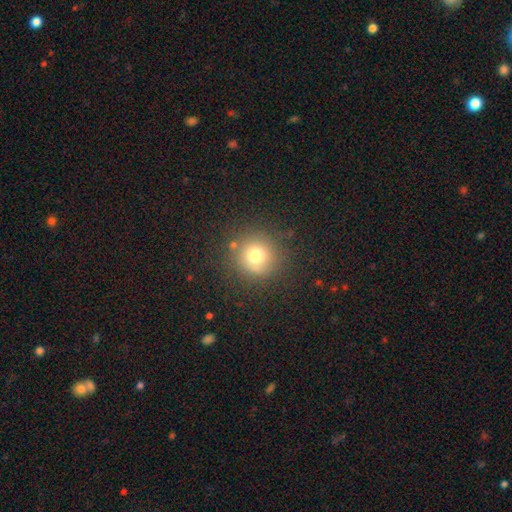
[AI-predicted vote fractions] Smooth or featured? smooth (71%)
How rounded? round (93%)
Merging? none (80%)